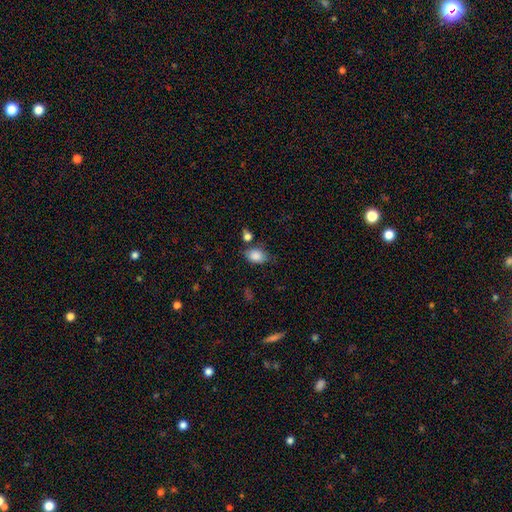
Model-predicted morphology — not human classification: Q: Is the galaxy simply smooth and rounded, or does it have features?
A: smooth — 85%.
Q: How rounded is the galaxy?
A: in between — 80%.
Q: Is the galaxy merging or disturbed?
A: none — 64%.